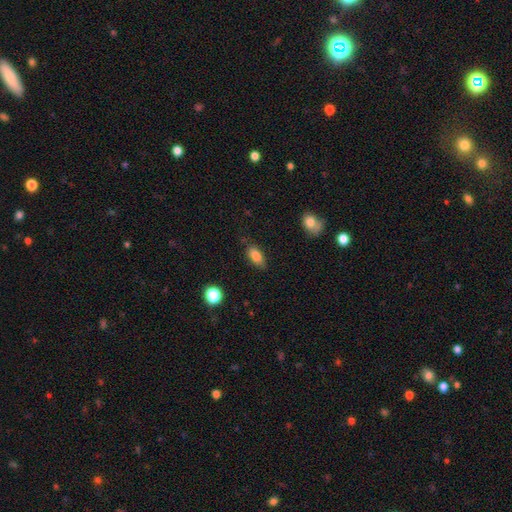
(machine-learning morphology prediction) A smooth galaxy with no disk features (82%) that is in between round and cigar-shaped (88%).

Vote fractions:
- Smooth or featured? smooth: 82% / featured or disk: 9% / star or artifact: 8%
- How rounded? in between: 88% / cigar-shaped: 7% / round: 5%
- Merging? none: 79% / minor disturbance: 16% / major disturbance: 3% / merger: 2%